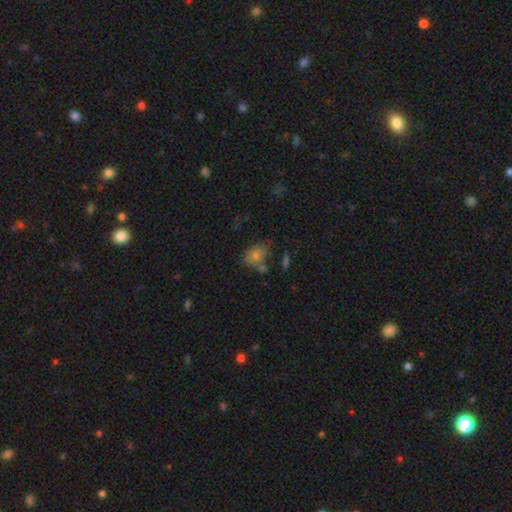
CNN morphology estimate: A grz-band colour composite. It shows a smooth galaxy with no disk features (72%) that is in between round and cigar-shaped (66%). Merging: none (58%).